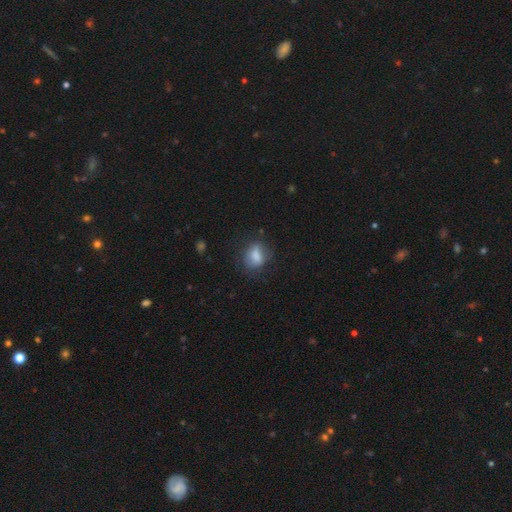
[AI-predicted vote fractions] smooth-or-featured: smooth: 72% | featured or disk: 18% | star or artifact: 10%
  how-rounded: in between: 67% | round: 29% | cigar-shaped: 4%
  merging: none: 56% | minor disturbance: 27% | major disturbance: 14% | merger: 3%